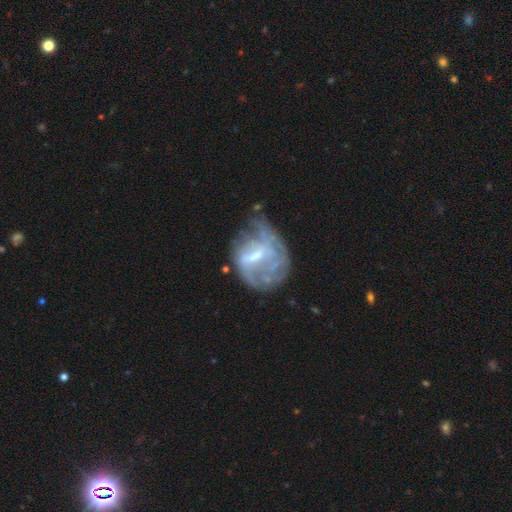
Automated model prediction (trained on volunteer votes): Q: Smooth or featured?
A: featured or disk (70%); runner-up: smooth (20%)
Q: Edge-on disk?
A: no (96%); runner-up: yes (4%)
Q: Bar?
A: weak (52%); runner-up: strong (25%)
Q: Spiral arms?
A: yes (57%); runner-up: no (43%)
Q: Bulge size?
A: small (45%); runner-up: moderate (36%)
Q: Merging?
A: none (39%); runner-up: major disturbance (30%)